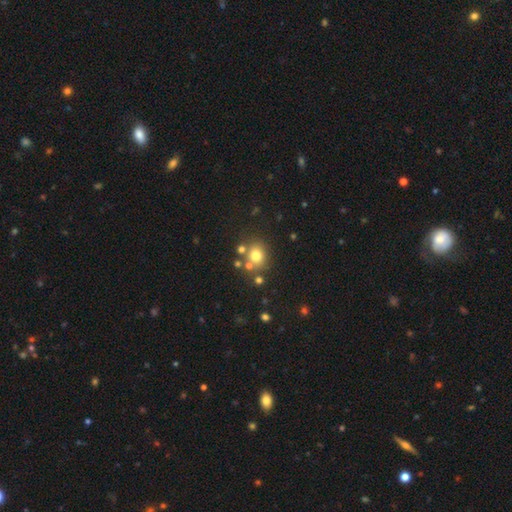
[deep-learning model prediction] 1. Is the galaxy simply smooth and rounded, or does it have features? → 73% smooth, 16% star or artifact, 10% featured or disk.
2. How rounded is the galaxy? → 77% round, 22% in between, 1% cigar-shaped.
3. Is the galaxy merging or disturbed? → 70% none, 15% merger, 11% minor disturbance, 4% major disturbance.